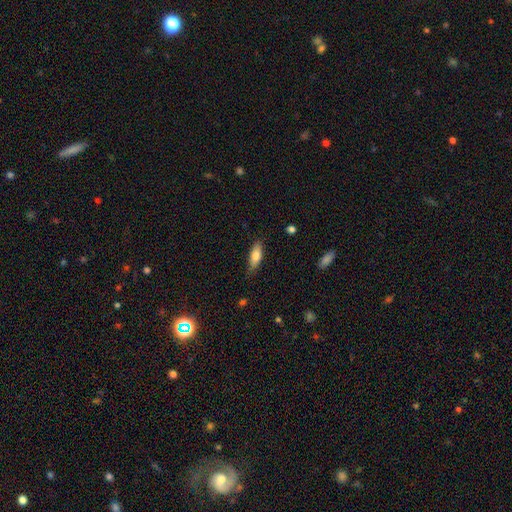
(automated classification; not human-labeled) smooth_or_featured: smooth (p=0.75) [alt: featured or disk p=0.18]
how_rounded: in between (p=0.68) [alt: cigar-shaped p=0.30]
merging: none (p=0.75) [alt: minor disturbance p=0.21]